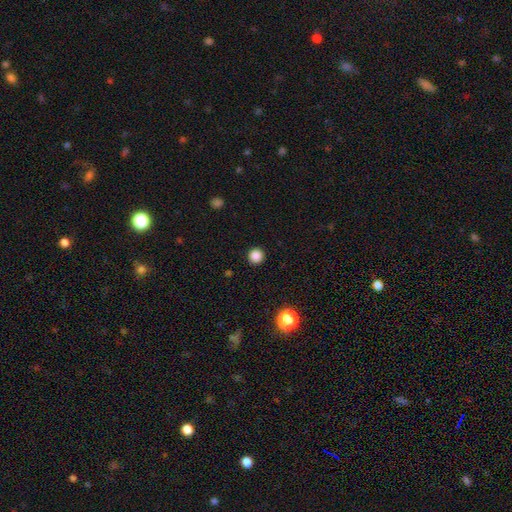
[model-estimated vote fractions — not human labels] This appears to be a smooth galaxy with no disk features (86%) that is round (95%). Merging: none (93%).